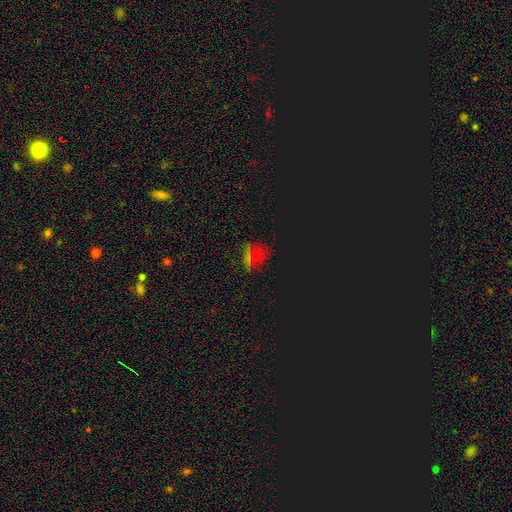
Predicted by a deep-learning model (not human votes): This appears to be a star or artifact, not a galaxy (62%).